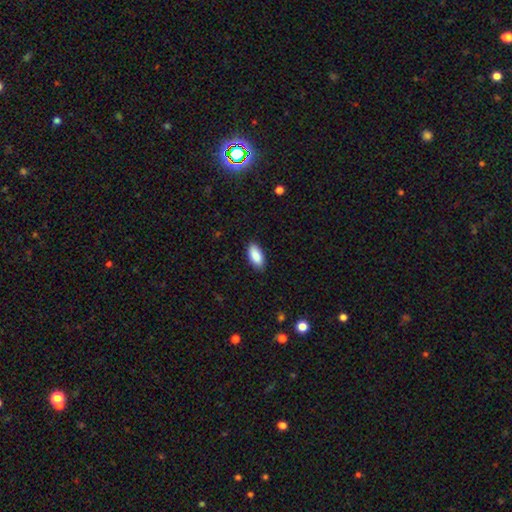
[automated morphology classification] The model was most divided on "merging": none: 88%, minor disturbance: 10%, major disturbance: 2%, merger: 1%. More confident: how rounded — in between (90%); smooth or featured — smooth (89%).